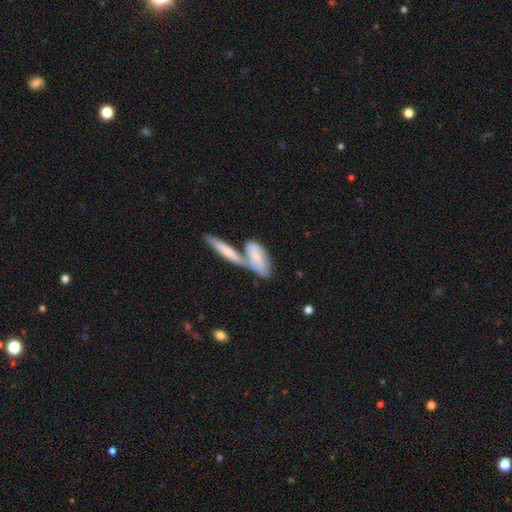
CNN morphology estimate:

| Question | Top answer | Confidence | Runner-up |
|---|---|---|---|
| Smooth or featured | smooth | 52% | featured or disk (42%) |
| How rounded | in between | 70% | cigar-shaped (27%) |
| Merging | merger | 56% | none (28%) |